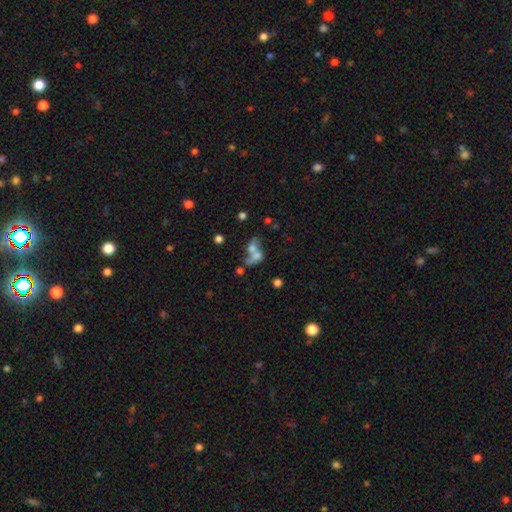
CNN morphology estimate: This is likely a smooth galaxy (60%). How rounded: likely in between (62%). Merging: likely merger (65%).